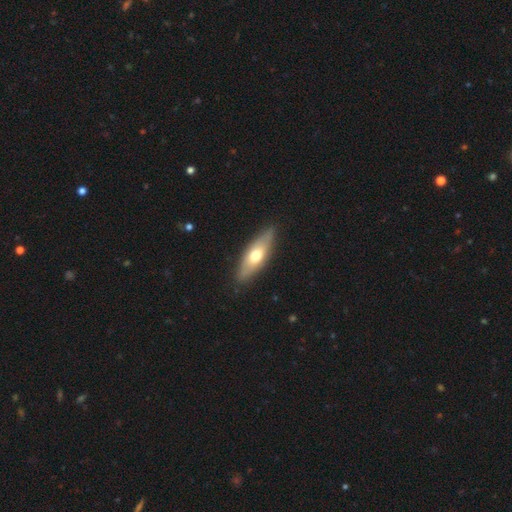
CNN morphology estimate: A smooth galaxy with no disk features (55%) that is in between round and cigar-shaped (54%). Merging: none (85%).